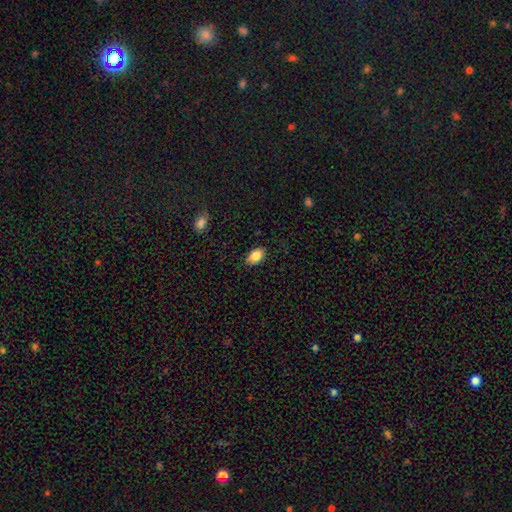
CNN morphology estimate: smooth 86%, star or artifact 8%, featured or disk 6%. Down the decision tree: how rounded — in between (88%); merging — none (84%).